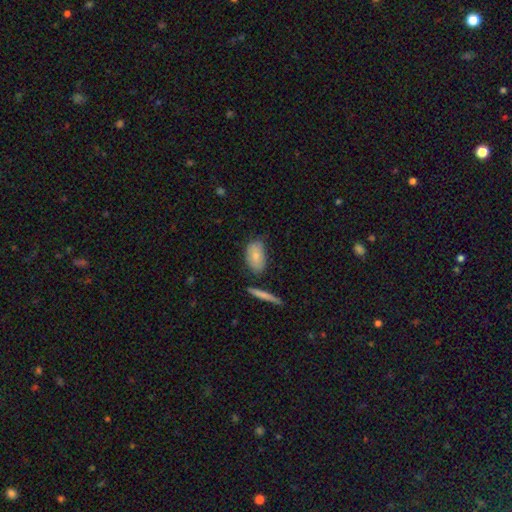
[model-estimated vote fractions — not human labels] The model was most divided on "merging": none: 65%, minor disturbance: 23%, merger: 7%, major disturbance: 5%. More confident: how rounded — in between (90%); smooth or featured — smooth (77%).